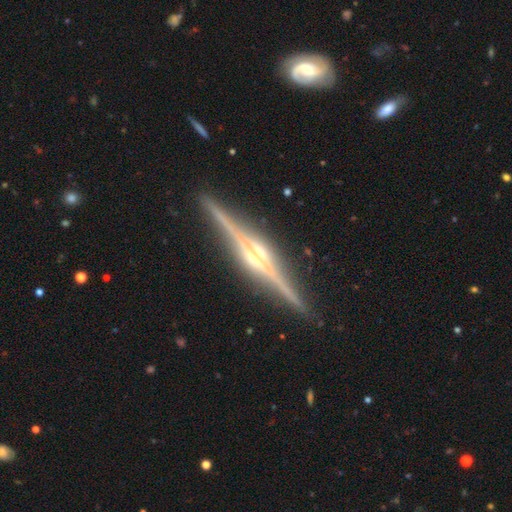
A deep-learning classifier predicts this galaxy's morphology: smooth_or_featured: featured or disk (p=0.90) [alt: star or artifact p=0.05]
disk_edge_on: yes (p=0.98) [alt: no p=0.02]
edge_on_bulge: rounded (p=0.74) [alt: boxy p=0.20]
merging: none (p=0.91) [alt: minor disturbance p=0.06]